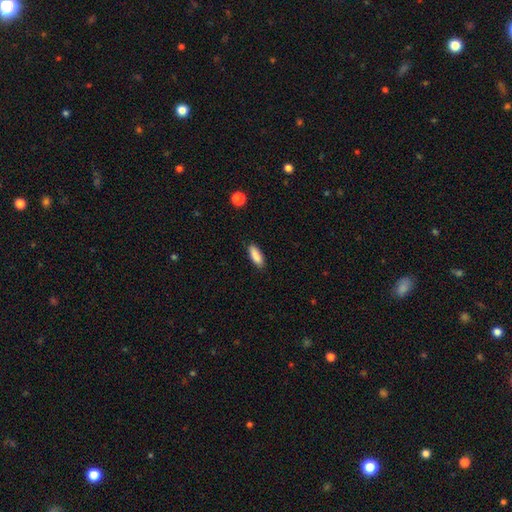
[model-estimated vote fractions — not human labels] A smooth galaxy with no disk features (88%) that is in between round and cigar-shaped (65%). Merging: none (86%).